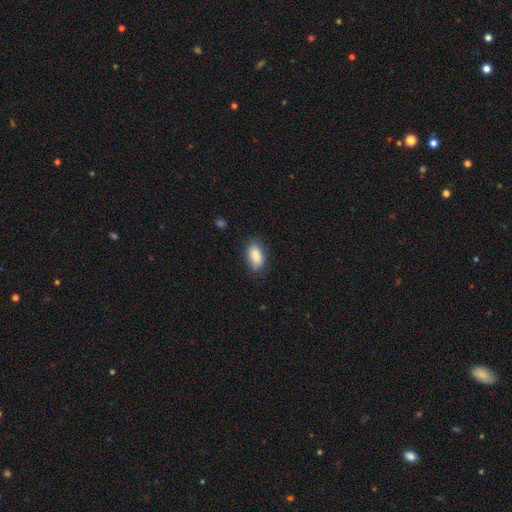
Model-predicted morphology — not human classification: This appears to be a smooth galaxy with no disk features (87%) that is in between round and cigar-shaped (91%). Merging: none (80%).